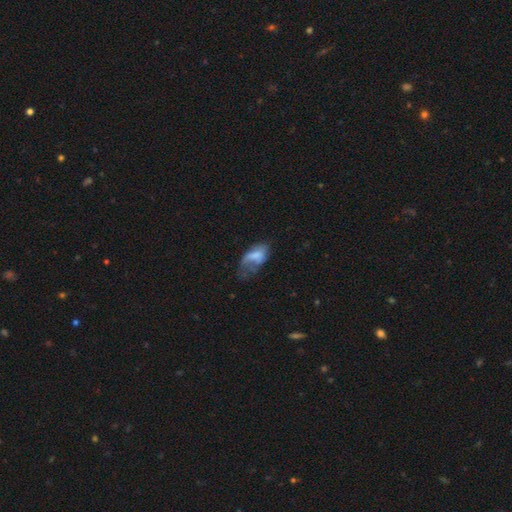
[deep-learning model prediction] smooth_or_featured: smooth (p=0.60) [alt: featured or disk p=0.31]
how_rounded: in between (p=0.91) [alt: cigar-shaped p=0.05]
merging: major disturbance (p=0.43) [alt: minor disturbance p=0.30]